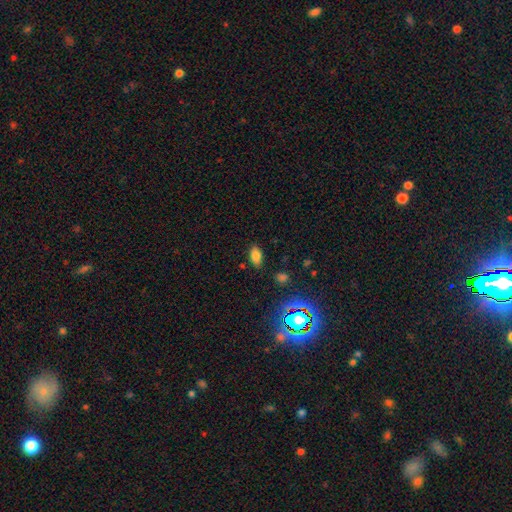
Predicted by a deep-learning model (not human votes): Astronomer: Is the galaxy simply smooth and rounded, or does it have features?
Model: smooth — 79%.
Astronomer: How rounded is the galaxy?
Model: in between — 90%.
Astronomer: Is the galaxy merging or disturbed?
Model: none — 82%.